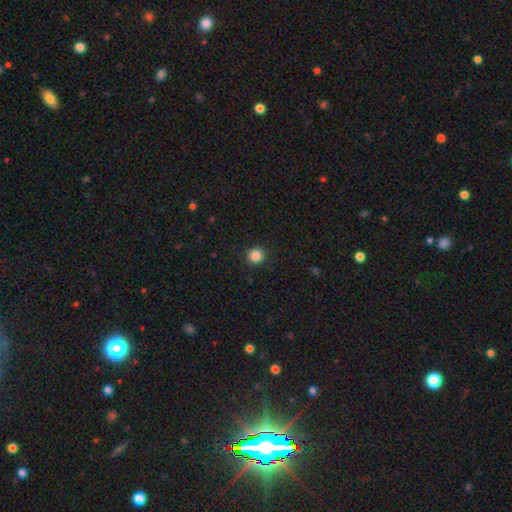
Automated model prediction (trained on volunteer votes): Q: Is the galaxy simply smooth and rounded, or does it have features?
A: smooth — 86%.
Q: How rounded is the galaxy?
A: round — 92%.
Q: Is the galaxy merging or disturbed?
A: none — 92%.